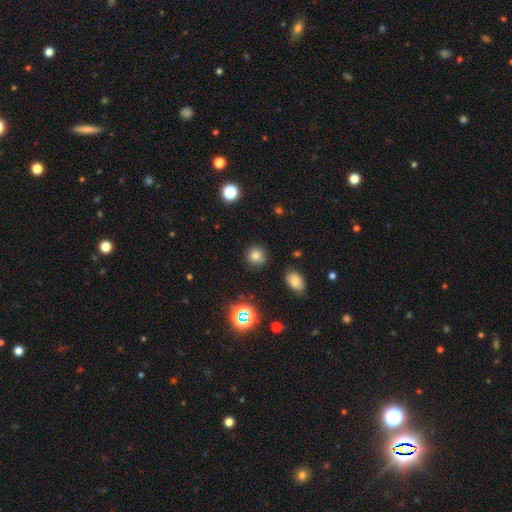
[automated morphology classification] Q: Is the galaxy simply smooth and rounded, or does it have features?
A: smooth — 77%.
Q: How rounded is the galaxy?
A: round — 89%.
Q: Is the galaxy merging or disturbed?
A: none — 85%.